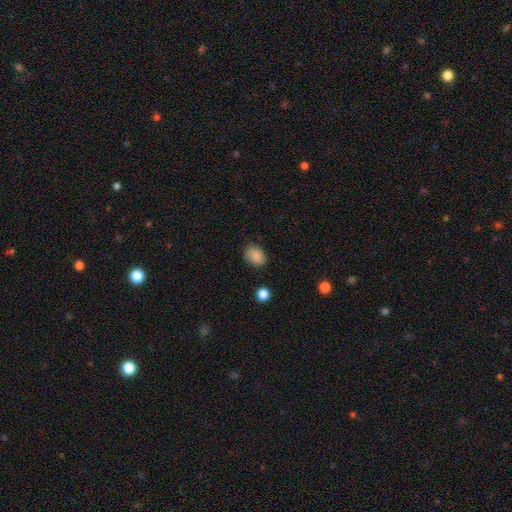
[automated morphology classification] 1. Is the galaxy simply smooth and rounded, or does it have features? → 86% smooth, 9% star or artifact, 6% featured or disk.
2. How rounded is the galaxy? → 72% in between, 27% round, 1% cigar-shaped.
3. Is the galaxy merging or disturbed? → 79% none, 16% minor disturbance, 3% major disturbance, 1% merger.